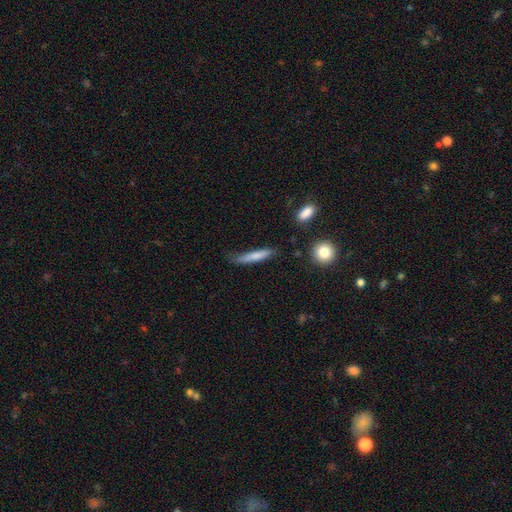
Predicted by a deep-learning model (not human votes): smooth_or_featured: smooth (p=0.74) [alt: featured or disk p=0.20]
how_rounded: cigar-shaped (p=0.88) [alt: in between p=0.10]
merging: none (p=0.64) [alt: minor disturbance p=0.26]